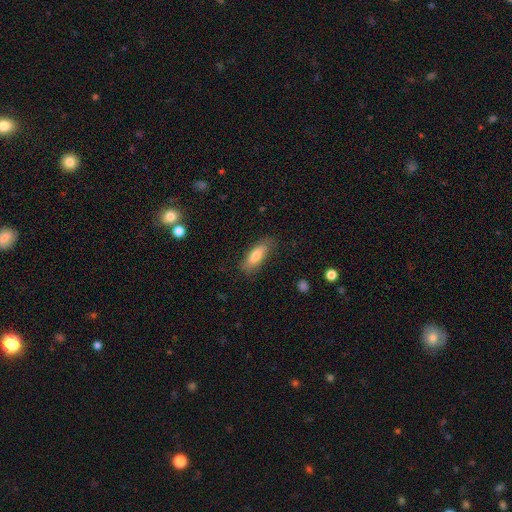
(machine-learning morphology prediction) Smooth or featured? smooth (75%)
How rounded? in between (61%)
Merging? none (80%)